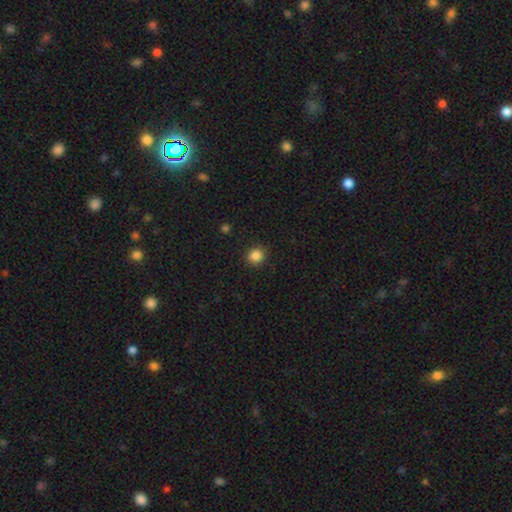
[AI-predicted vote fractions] Smooth or featured? Predicted: smooth (p=0.86). How rounded? Predicted: round (p=0.88). Merging? Predicted: none (p=0.90).